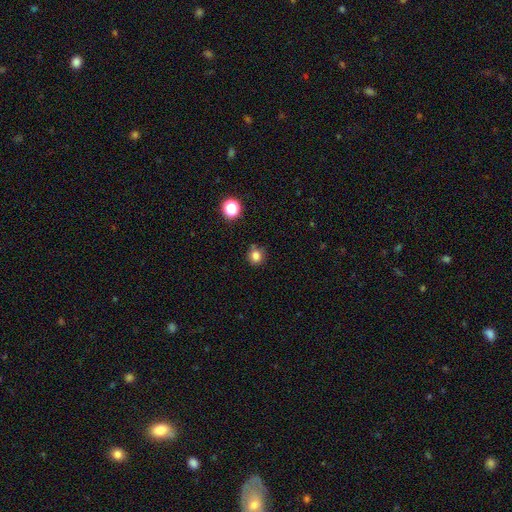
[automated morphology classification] Smooth or featured? Predicted: smooth (p=0.81). How rounded? Predicted: round (p=0.83). Merging? Predicted: none (p=0.79).